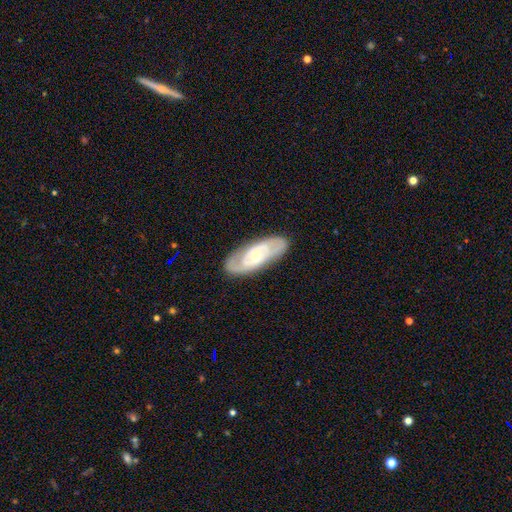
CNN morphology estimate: This is likely a featured or disk galaxy (75%). It is clearly not viewed edge-on (89%). Bar: likely no (66%). Spiral arm pattern: clearly yes (81%). Spiral arm count: likely 2 (67%). Spiral winding: possibly tight (54%). Central bulge: possibly small (51%). Merging: clearly none (85%).